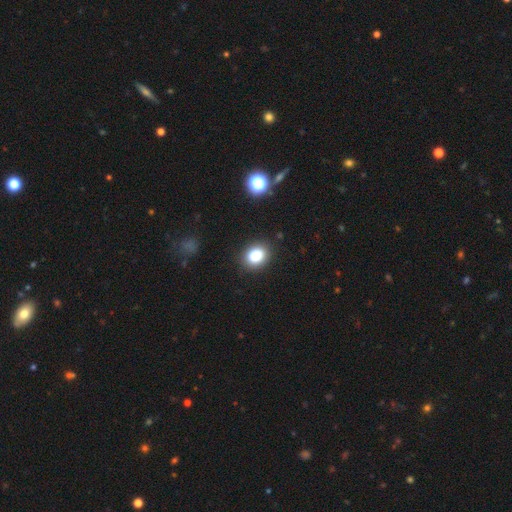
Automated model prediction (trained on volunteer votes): This appears to be a smooth galaxy with no disk features (84%) that is round (52%). Merging: none (87%).